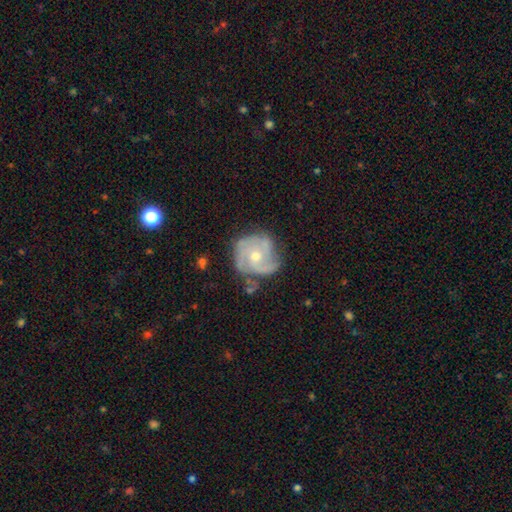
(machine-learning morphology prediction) Smooth or featured? Predicted: featured or disk (p=0.83). Edge-on disk? Predicted: no (p=0.98). Bar? Predicted: no (p=0.76). Spiral arms? Predicted: yes (p=0.94). Spiral winding? Predicted: tight (p=0.48). Spiral arm count? Predicted: 3 (p=0.49). Bulge size? Predicted: moderate (p=0.54). Merging? Predicted: none (p=0.65).